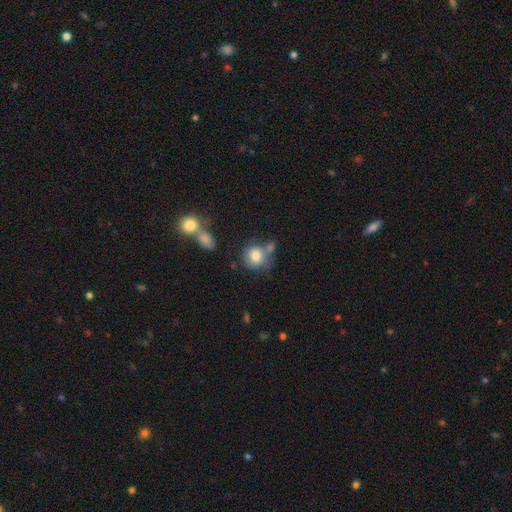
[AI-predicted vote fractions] A smooth galaxy with no disk features (80%) that is round (79%).

Vote fractions:
- Smooth or featured? smooth: 80% / featured or disk: 12% / star or artifact: 9%
- How rounded? round: 79% / in between: 20% / cigar-shaped: 1%
- Merging? none: 49% / merger: 25% / minor disturbance: 18% / major disturbance: 8%